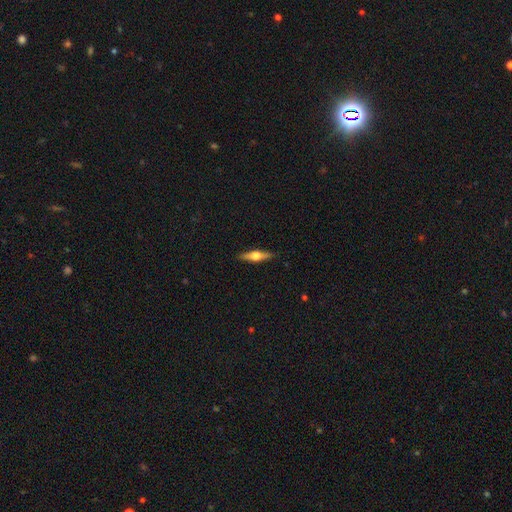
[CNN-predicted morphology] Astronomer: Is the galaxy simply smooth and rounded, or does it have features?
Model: featured or disk — 61%.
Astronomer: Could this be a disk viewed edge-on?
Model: yes — 96%.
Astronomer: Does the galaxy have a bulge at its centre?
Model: rounded — 93%.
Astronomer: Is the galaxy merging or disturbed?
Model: none — 89%.